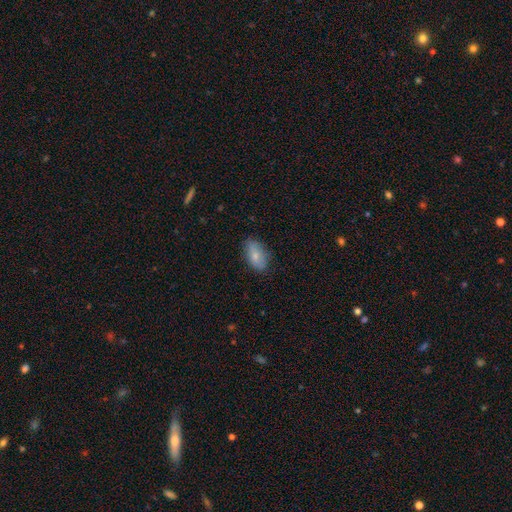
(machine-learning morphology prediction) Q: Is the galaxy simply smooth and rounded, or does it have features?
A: smooth — 78%.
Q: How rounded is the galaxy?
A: in between — 92%.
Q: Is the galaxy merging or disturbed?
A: none — 79%.